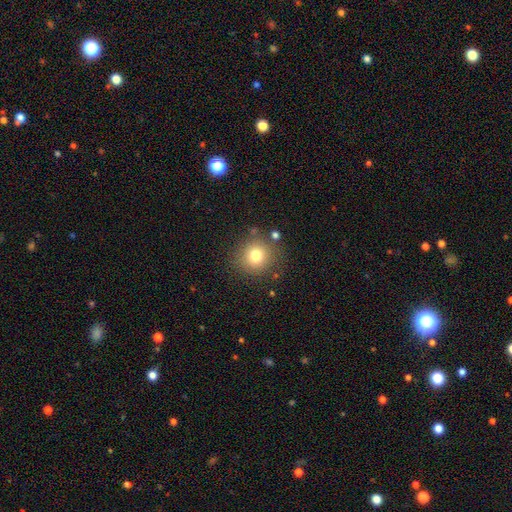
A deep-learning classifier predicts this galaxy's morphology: The model was most divided on "smooth or featured": smooth: 76%, star or artifact: 13%, featured or disk: 11%. More confident: how rounded — round (91%); merging — none (82%).